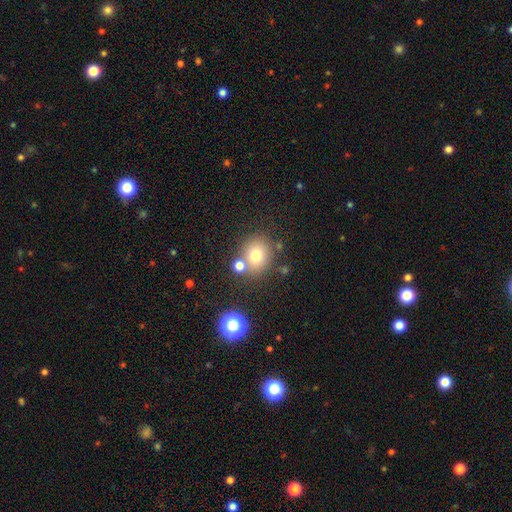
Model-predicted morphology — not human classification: Q: Smooth or featured?
A: smooth (73%); runner-up: star or artifact (14%)
Q: How rounded?
A: round (78%); runner-up: in between (21%)
Q: Merging?
A: none (68%); runner-up: merger (17%)